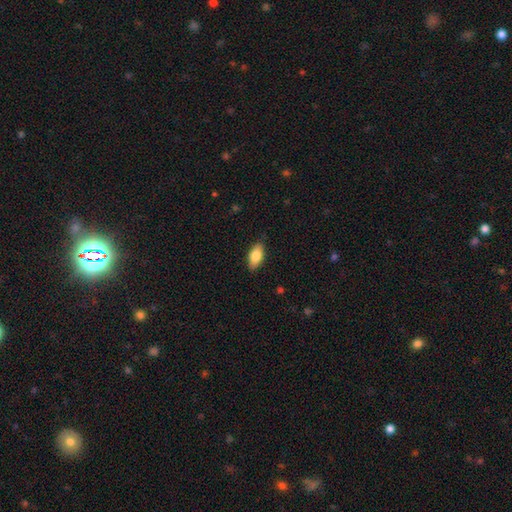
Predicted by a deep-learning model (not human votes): This is clearly a smooth galaxy (82%). How rounded: clearly in between (89%). Merging: clearly none (85%).